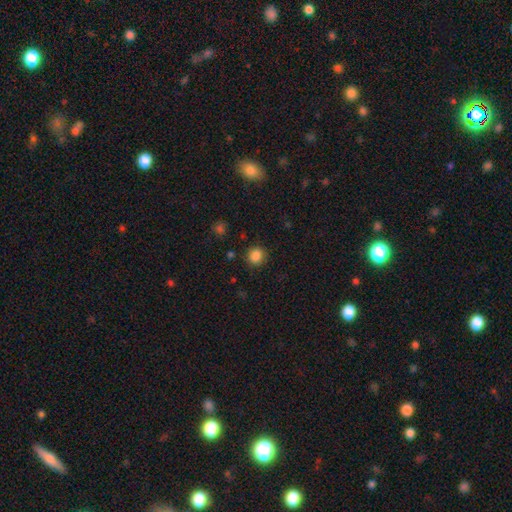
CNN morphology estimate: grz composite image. It shows a smooth galaxy with no disk features (85%) that is round (86%). Merging: none (87%).